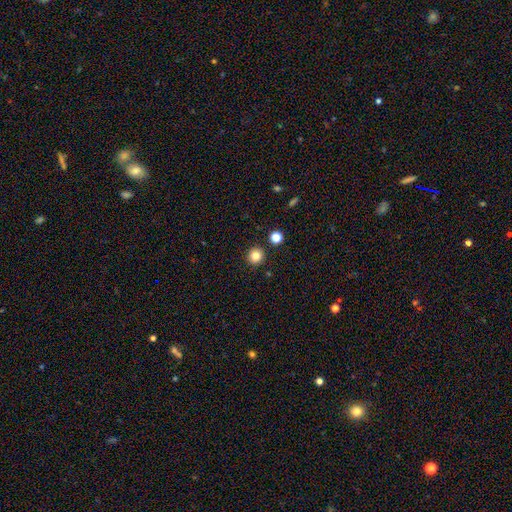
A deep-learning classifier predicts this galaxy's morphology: Smooth or featured? Predicted: smooth (p=0.83). How rounded? Predicted: round (p=0.93). Merging? Predicted: none (p=0.90).